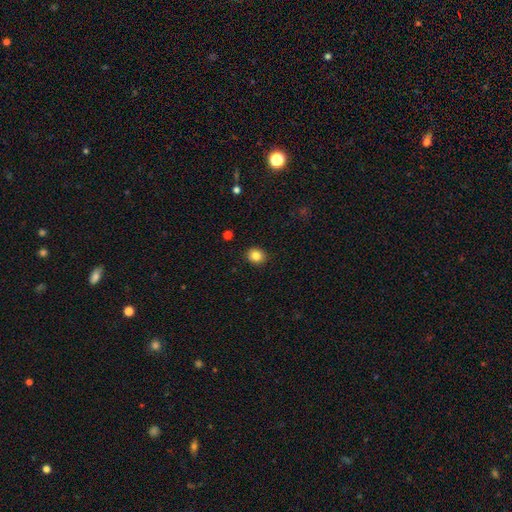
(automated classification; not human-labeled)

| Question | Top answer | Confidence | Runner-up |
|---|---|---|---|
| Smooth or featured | smooth | 84% | star or artifact (10%) |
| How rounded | round | 77% | in between (23%) |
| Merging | none | 90% | minor disturbance (7%) |